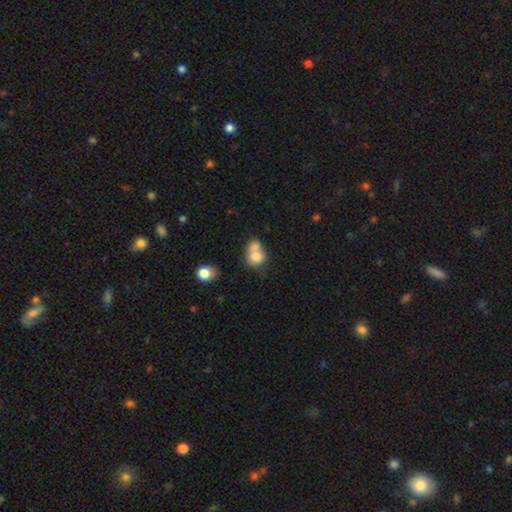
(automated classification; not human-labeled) This appears to be a smooth galaxy with no disk features (75%) that is round (63%). Merging: merger (60%).